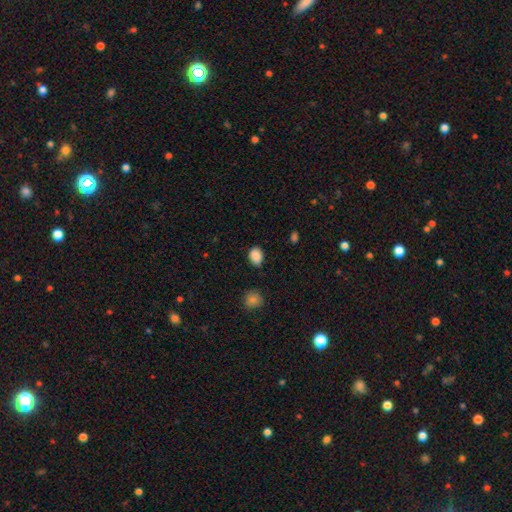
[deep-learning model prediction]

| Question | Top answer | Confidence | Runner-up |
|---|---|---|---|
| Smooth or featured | smooth | 88% | star or artifact (9%) |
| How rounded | in between | 71% | round (28%) |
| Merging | none | 82% | minor disturbance (14%) |